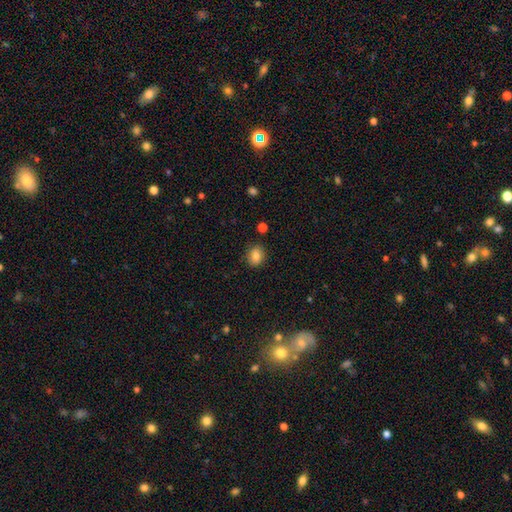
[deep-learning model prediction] smooth-or-featured: smooth: 84% | star or artifact: 10% | featured or disk: 6%
  how-rounded: in between: 54% | round: 45% | cigar-shaped: 1%
  merging: none: 84% | minor disturbance: 11% | major disturbance: 3% | merger: 2%